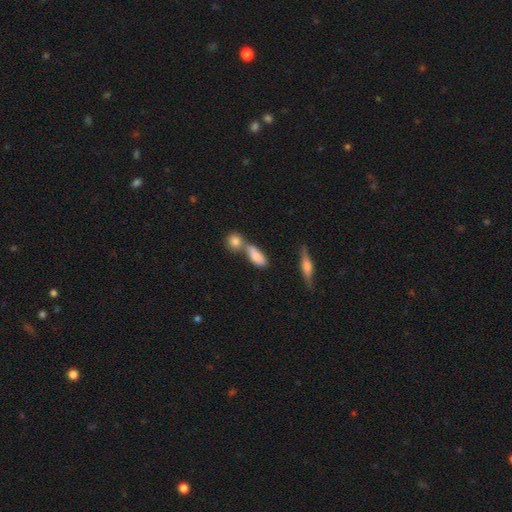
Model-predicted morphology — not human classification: Q: Smooth or featured?
A: smooth (80%); runner-up: featured or disk (12%)
Q: How rounded?
A: in between (74%); runner-up: cigar-shaped (18%)
Q: Merging?
A: merger (42%); runner-up: none (41%)